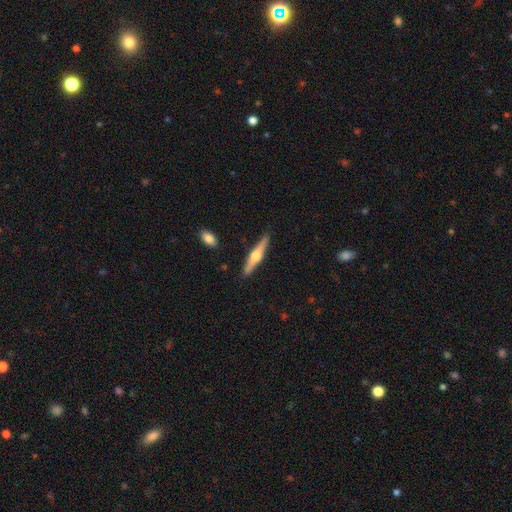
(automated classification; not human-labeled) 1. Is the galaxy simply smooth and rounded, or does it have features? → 67% featured or disk, 28% smooth, 5% star or artifact.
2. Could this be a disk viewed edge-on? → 97% yes, 3% no.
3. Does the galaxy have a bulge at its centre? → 95% rounded, 3% boxy, 2% none.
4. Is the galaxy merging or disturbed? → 89% none, 8% minor disturbance, 2% merger, 2% major disturbance.